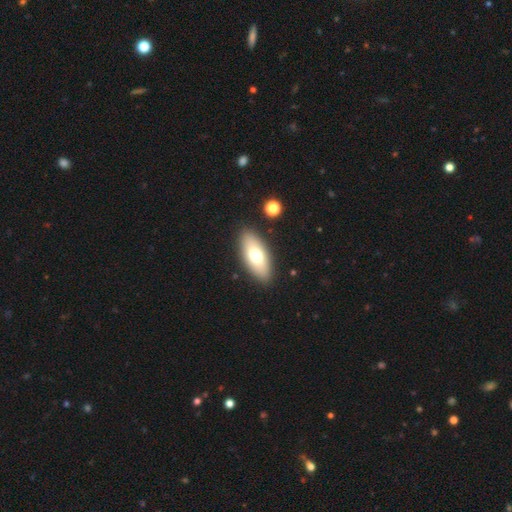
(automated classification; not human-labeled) Smooth or featured? Predicted: smooth (p=0.68). How rounded? Predicted: in between (p=0.84). Merging? Predicted: none (p=0.88).